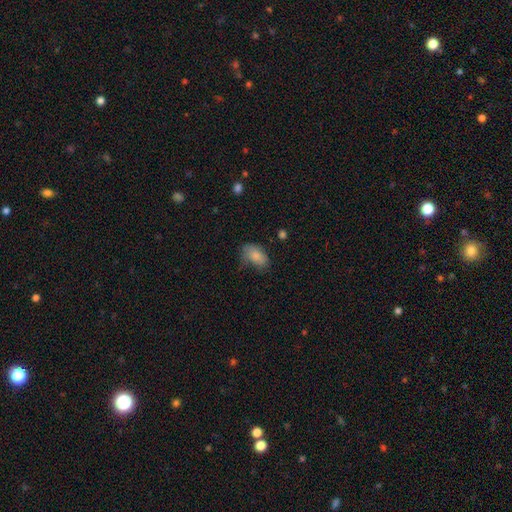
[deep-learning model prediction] smooth-or-featured: smooth: 83% | featured or disk: 9% | star or artifact: 8%
  how-rounded: in between: 91% | round: 7% | cigar-shaped: 2%
  merging: none: 55% | minor disturbance: 32% | major disturbance: 11% | merger: 2%